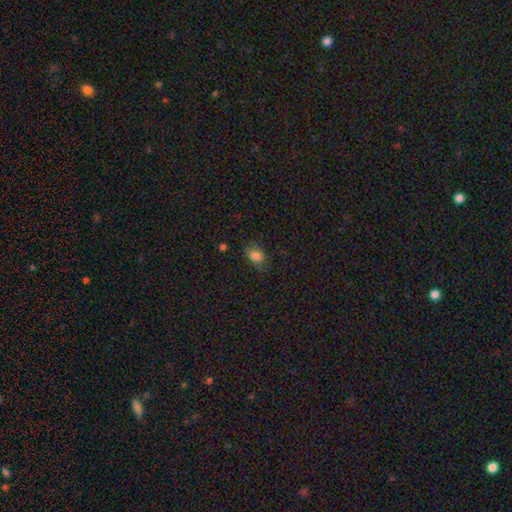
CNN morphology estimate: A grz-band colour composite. It shows a smooth galaxy with no disk features (79%) that is in between round and cigar-shaped (78%). Merging: none (71%).